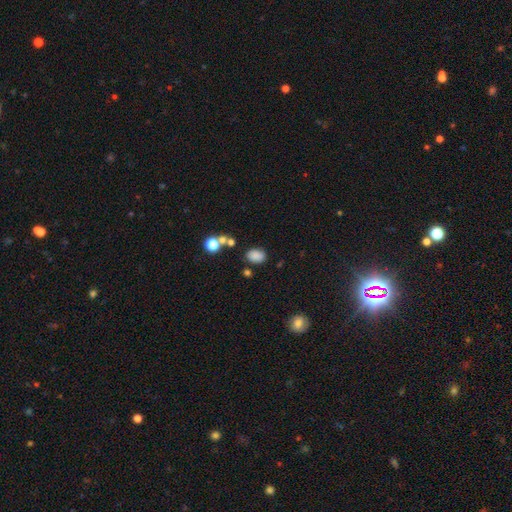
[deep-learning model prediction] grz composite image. It shows a smooth galaxy with no disk features (82%) that is in between round and cigar-shaped (79%). Merging: none (77%).